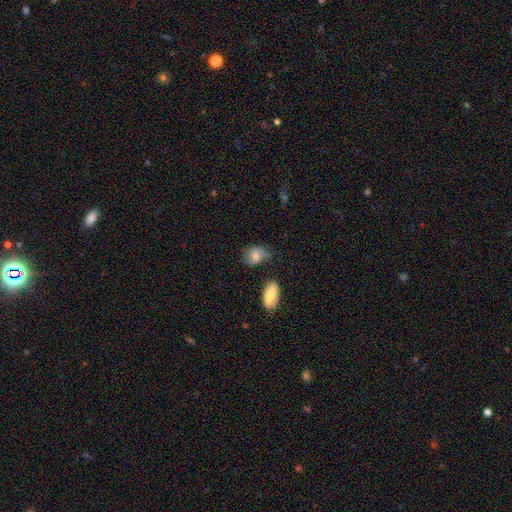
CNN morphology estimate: A smooth galaxy with no disk features (65%) that is in between round and cigar-shaped (67%).

Vote fractions:
- Smooth or featured? smooth: 65% / featured or disk: 26% / star or artifact: 9%
- How rounded? in between: 67% / round: 31% / cigar-shaped: 2%
- Merging? none: 53% / minor disturbance: 29% / major disturbance: 10% / merger: 7%